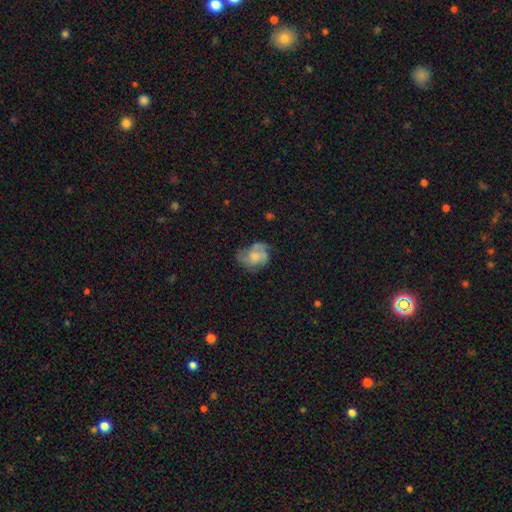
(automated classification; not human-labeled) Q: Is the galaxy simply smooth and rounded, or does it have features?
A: featured or disk — 47%.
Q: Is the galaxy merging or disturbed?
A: none — 46%.